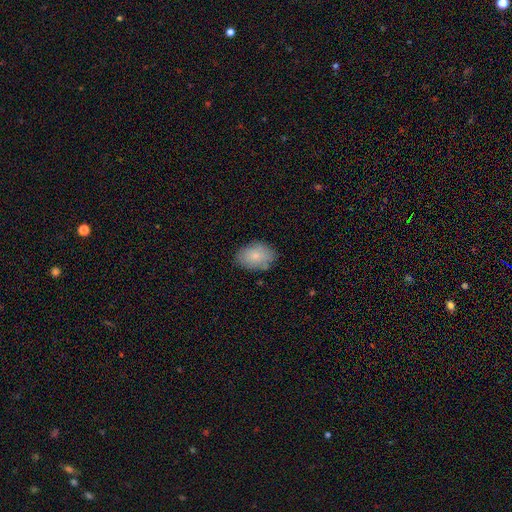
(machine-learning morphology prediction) Smooth or featured?
  - smooth: 82% *
  - featured or disk: 11%
  - star or artifact: 7%
How rounded?
  - in between: 86% *
  - round: 13%
  - cigar-shaped: 1%
Merging?
  - none: 81% *
  - minor disturbance: 15%
  - major disturbance: 3%
  - merger: 2%